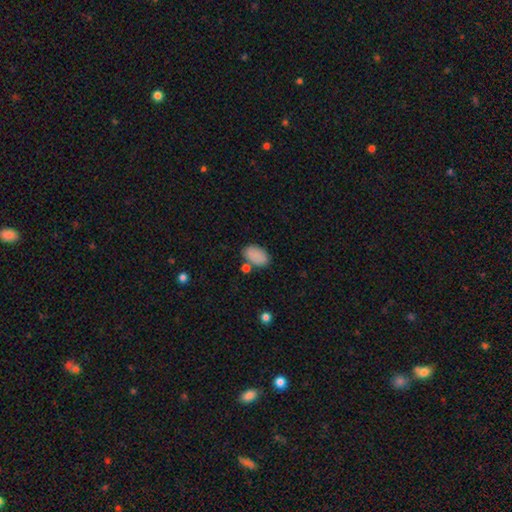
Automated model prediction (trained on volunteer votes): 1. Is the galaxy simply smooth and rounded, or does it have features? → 87% smooth, 8% star or artifact, 5% featured or disk.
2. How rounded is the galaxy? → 92% in between, 7% round, 1% cigar-shaped.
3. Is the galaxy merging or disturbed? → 74% none, 14% minor disturbance, 9% merger, 4% major disturbance.